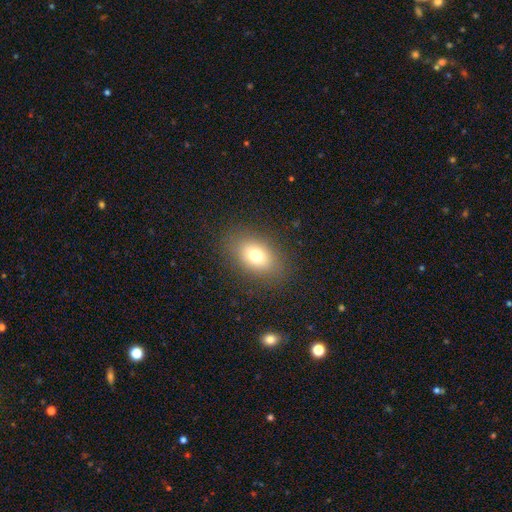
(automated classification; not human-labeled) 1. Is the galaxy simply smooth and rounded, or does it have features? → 74% smooth, 13% featured or disk, 12% star or artifact.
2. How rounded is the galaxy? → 78% in between, 20% round, 2% cigar-shaped.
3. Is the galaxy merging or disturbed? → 84% none, 10% minor disturbance, 5% major disturbance, 1% merger.